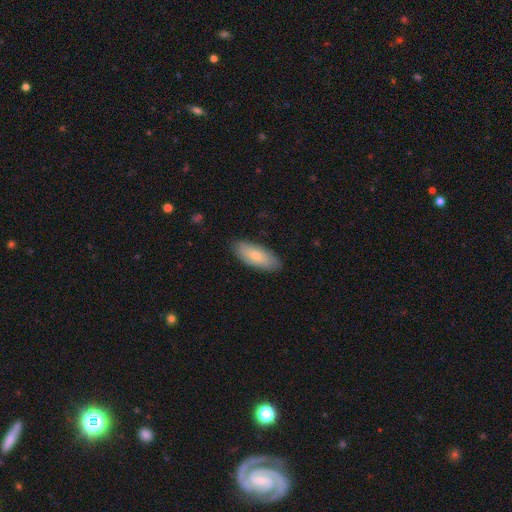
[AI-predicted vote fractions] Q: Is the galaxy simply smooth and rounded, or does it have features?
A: smooth — 71%.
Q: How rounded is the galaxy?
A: in between — 80%.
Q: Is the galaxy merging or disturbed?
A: none — 84%.